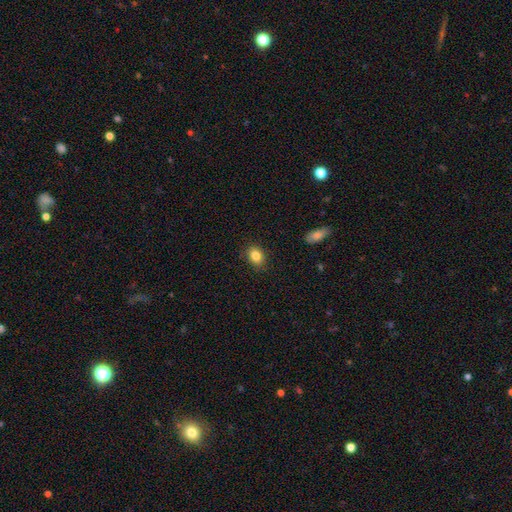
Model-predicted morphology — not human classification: type=smooth (85%); roundness=in between (61%); merging=none (87%).